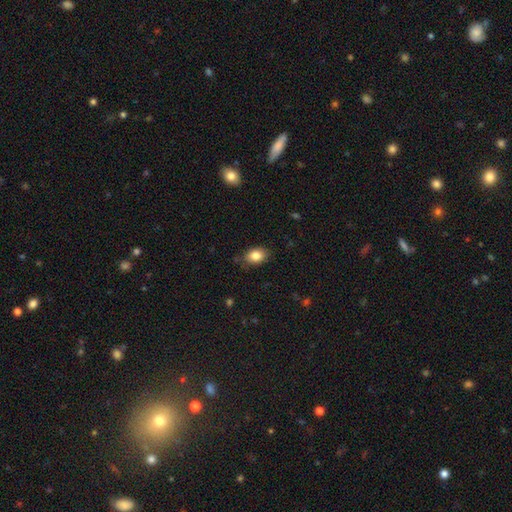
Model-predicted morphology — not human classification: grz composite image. It shows a smooth galaxy with no disk features (84%) that is in between round and cigar-shaped (81%). Merging: none (80%).